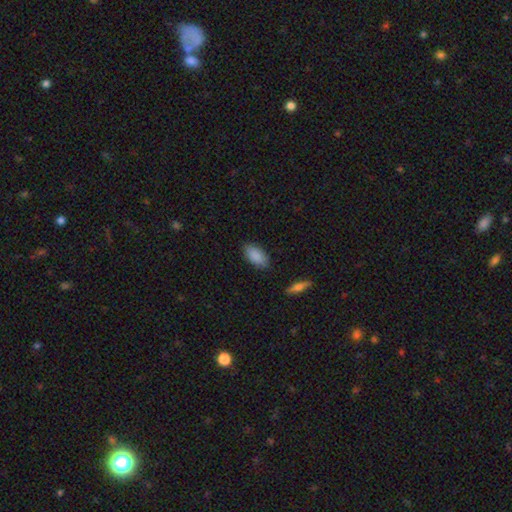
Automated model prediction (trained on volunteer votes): Smooth or featured: smooth — 88% (star or artifact — 7%)
How rounded: in between — 92% (cigar-shaped — 4%)
Merging: none — 83% (minor disturbance — 13%)